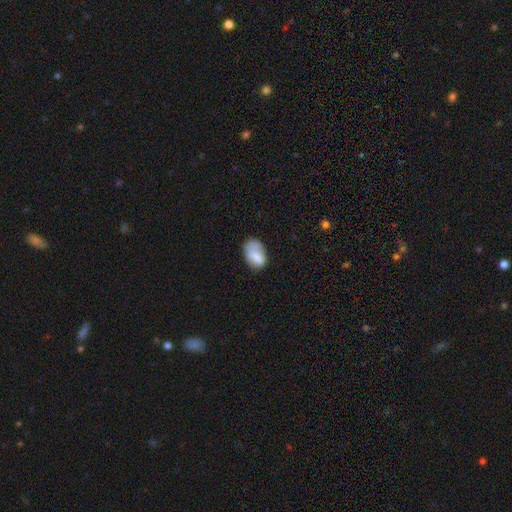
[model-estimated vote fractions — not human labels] Smooth or featured? Predicted: smooth (p=0.77). How rounded? Predicted: in between (p=0.89). Merging? Predicted: none (p=0.49).